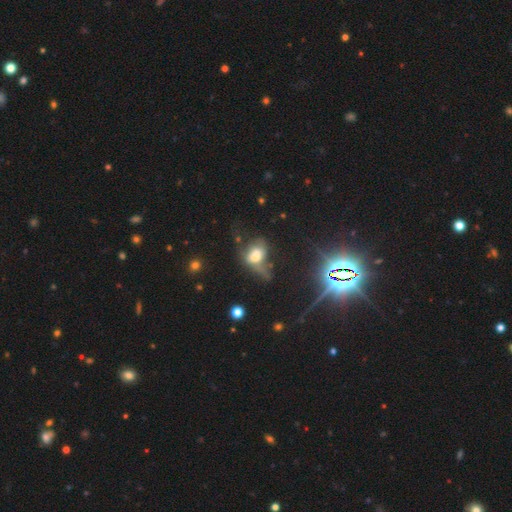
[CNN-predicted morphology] A smooth galaxy with no disk features (56%) that is in between round and cigar-shaped (75%).

Vote fractions:
- Smooth or featured? smooth: 56% / featured or disk: 28% / star or artifact: 16%
- How rounded? in between: 75% / round: 22% / cigar-shaped: 3%
- Merging? major disturbance: 42% / minor disturbance: 22% / none: 20% / merger: 15%